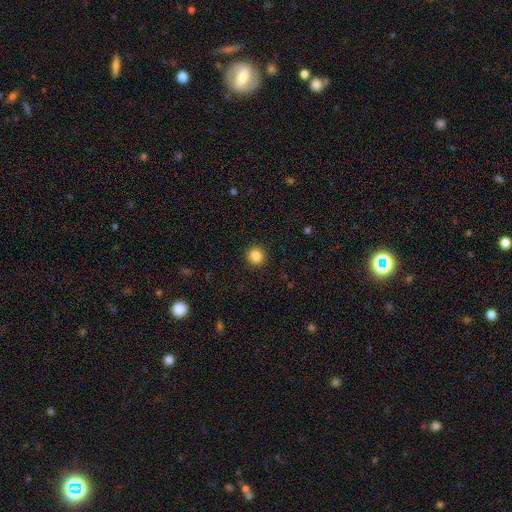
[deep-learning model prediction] The model was most divided on "smooth or featured": smooth: 86%, star or artifact: 10%, featured or disk: 3%. More confident: merging — none (91%); how rounded — round (89%).